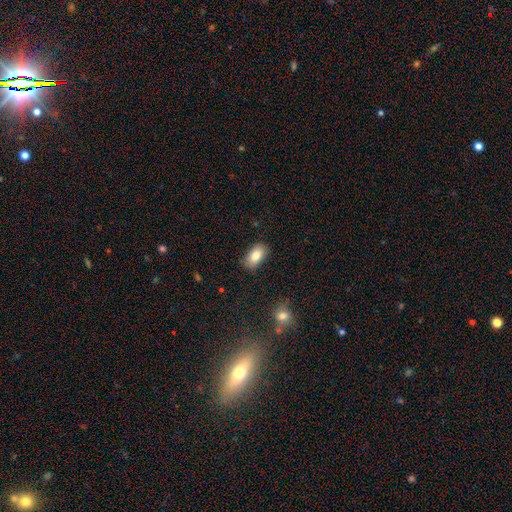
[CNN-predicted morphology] smooth 83%, featured or disk 10%, star or artifact 7%. Down the decision tree: how rounded — in between (93%); merging — none (84%).